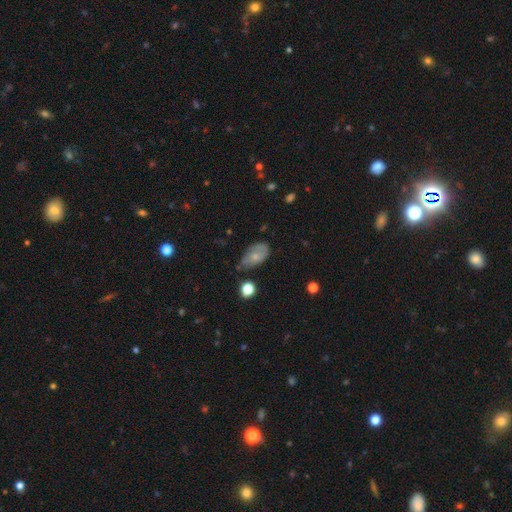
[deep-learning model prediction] smooth_or_featured: smooth (p=0.63) [alt: featured or disk p=0.28]
how_rounded: in between (p=0.89) [alt: round p=0.09]
merging: none (p=0.52) [alt: minor disturbance p=0.35]